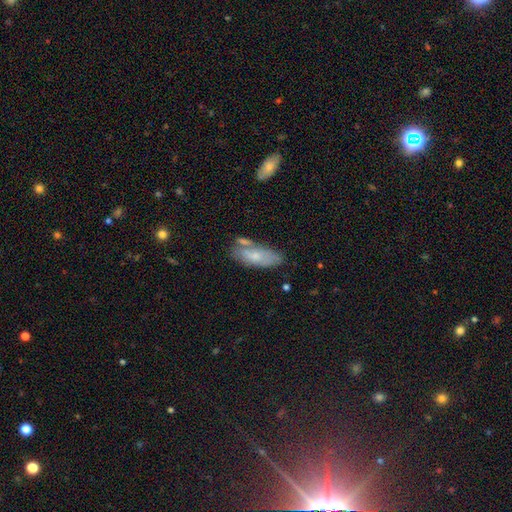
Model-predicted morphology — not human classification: The model was most divided on "merging": none: 56%, minor disturbance: 22%, merger: 16%, major disturbance: 6%. More confident: how rounded — in between (78%); smooth or featured — smooth (64%).